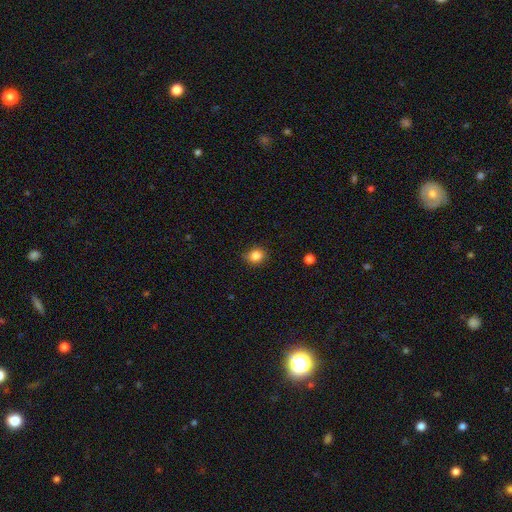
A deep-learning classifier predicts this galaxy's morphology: This is clearly a smooth galaxy (84%). How rounded: likely round (76%). Merging: clearly none (85%).